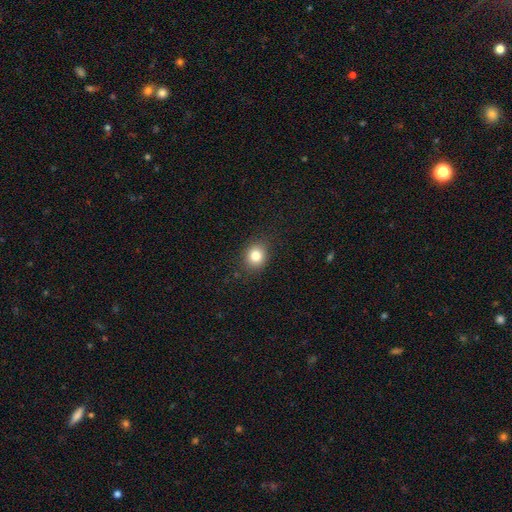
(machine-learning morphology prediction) This is clearly a smooth galaxy (82%). How rounded: likely round (70%). Merging: clearly none (86%).